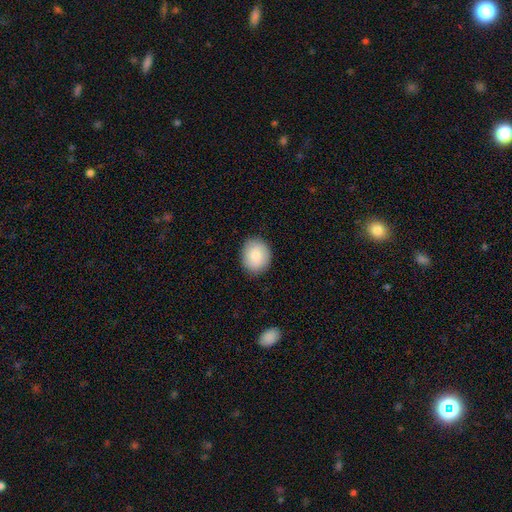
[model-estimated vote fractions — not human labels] Smooth or featured?
  - smooth: 85% *
  - featured or disk: 9%
  - star or artifact: 7%
How rounded?
  - round: 64% *
  - in between: 35%
  - cigar-shaped: 1%
Merging?
  - none: 88% *
  - minor disturbance: 9%
  - major disturbance: 2%
  - merger: 1%